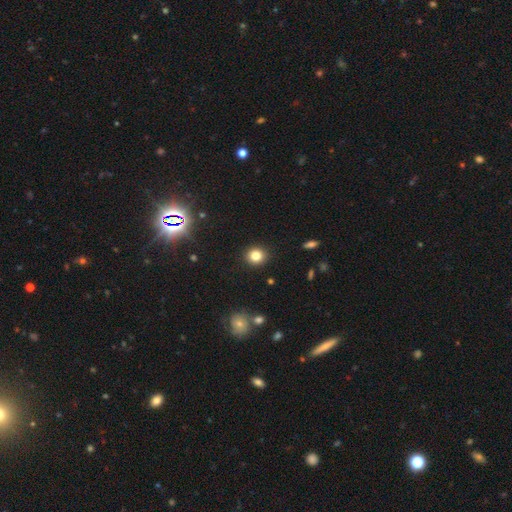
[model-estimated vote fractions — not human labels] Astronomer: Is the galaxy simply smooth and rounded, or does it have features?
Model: smooth — 81%.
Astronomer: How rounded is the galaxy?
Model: round — 83%.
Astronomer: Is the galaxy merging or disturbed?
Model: none — 91%.